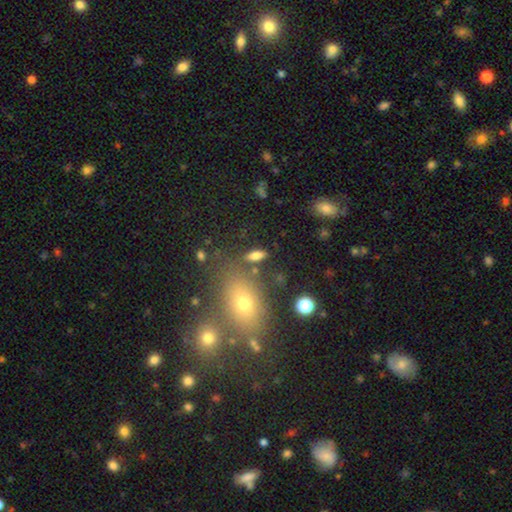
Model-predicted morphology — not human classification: Smooth or featured?
  - smooth: 71% *
  - featured or disk: 16%
  - star or artifact: 13%
How rounded?
  - in between: 73% *
  - cigar-shaped: 20%
  - round: 8%
Merging?
  - none: 76% *
  - minor disturbance: 12%
  - merger: 8%
  - major disturbance: 5%